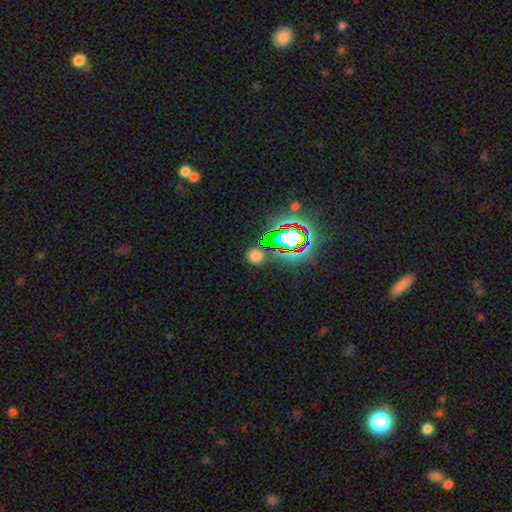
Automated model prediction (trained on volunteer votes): Smooth or featured? Predicted: smooth (p=0.62). How rounded? Predicted: round (p=0.89). Merging? Predicted: none (p=0.82).